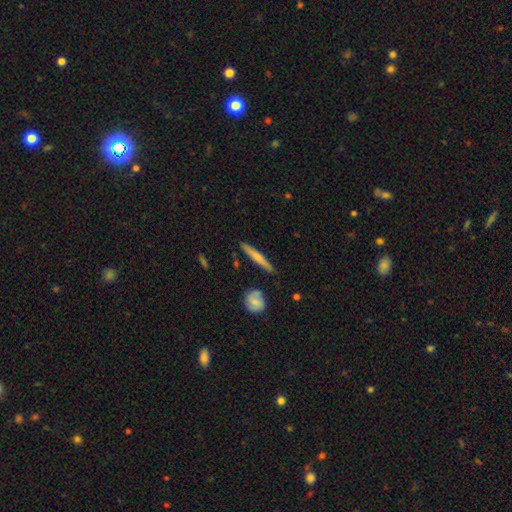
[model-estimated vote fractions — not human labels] The model was most divided on "smooth or featured": smooth: 51%, featured or disk: 43%, star or artifact: 6%. More confident: how rounded — cigar-shaped (93%); merging — none (87%).